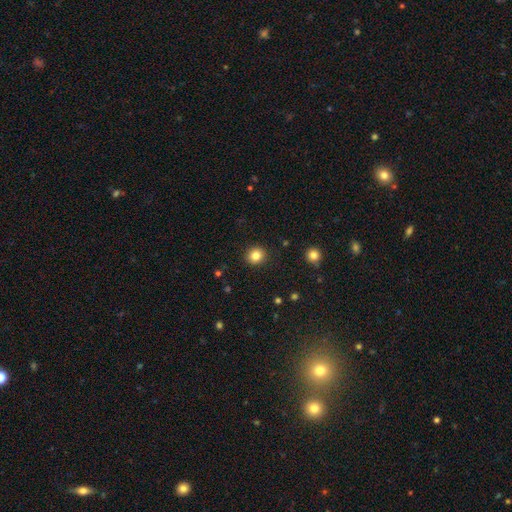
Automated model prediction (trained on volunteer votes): This is clearly a smooth galaxy (83%). How rounded: clearly round (86%). Merging: clearly none (91%).